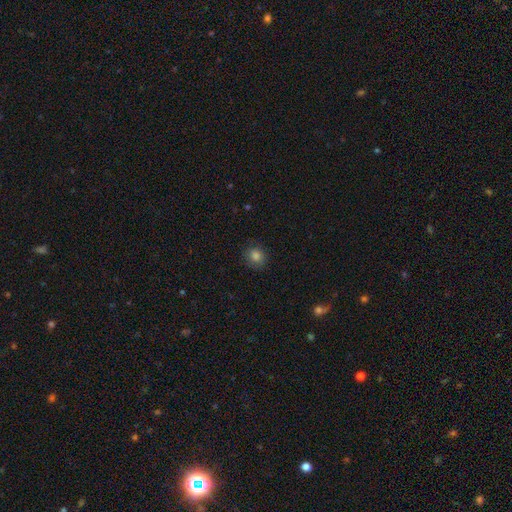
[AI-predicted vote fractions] A smooth galaxy with no disk features (83%) that is round (76%). Merging: none (85%).